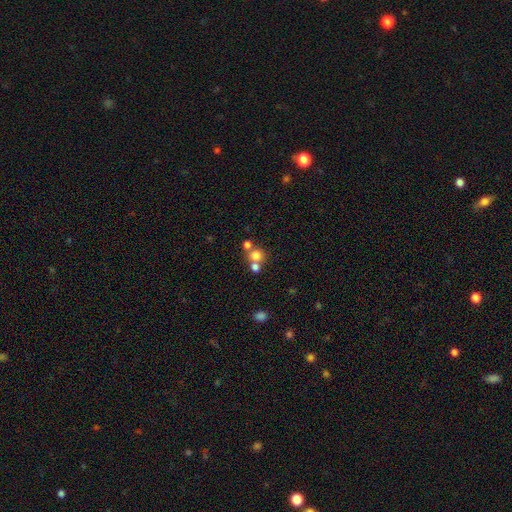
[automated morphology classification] Smooth or featured? Predicted: smooth (p=0.74). How rounded? Predicted: round (p=0.85). Merging? Predicted: none (p=0.49).